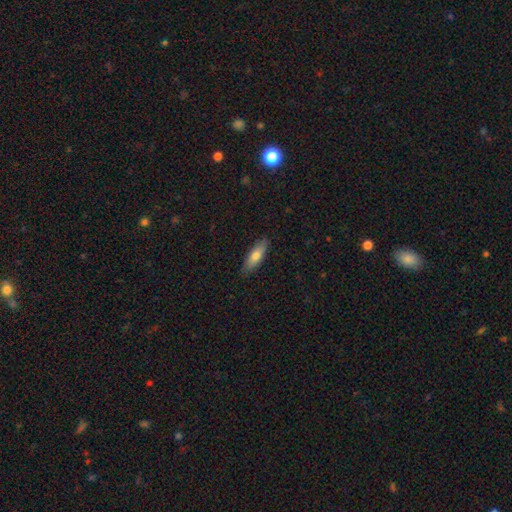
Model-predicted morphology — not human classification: Overall: smooth (72%). How rounded: in between (50%; cigar-shaped 48%). Merging: none (86%).